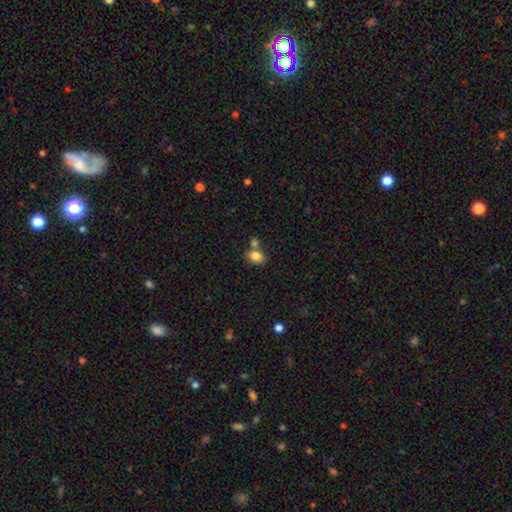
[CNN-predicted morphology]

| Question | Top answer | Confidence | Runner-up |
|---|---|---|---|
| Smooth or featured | smooth | 82% | star or artifact (9%) |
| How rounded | in between | 71% | round (28%) |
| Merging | none | 53% | merger (30%) |